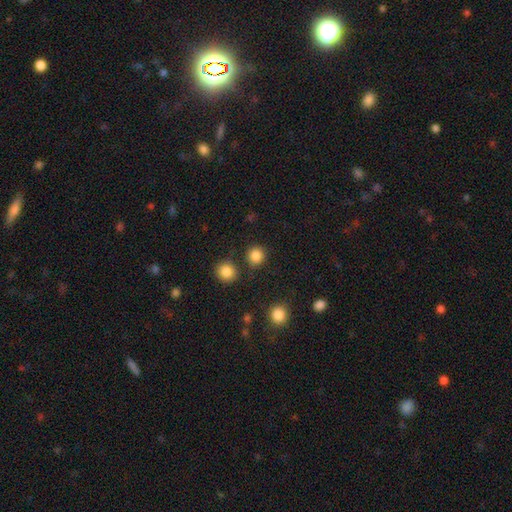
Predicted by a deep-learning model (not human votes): Smooth or featured: smooth — 85% (star or artifact — 11%)
How rounded: round — 90% (in between — 9%)
Merging: none — 83% (minor disturbance — 8%)